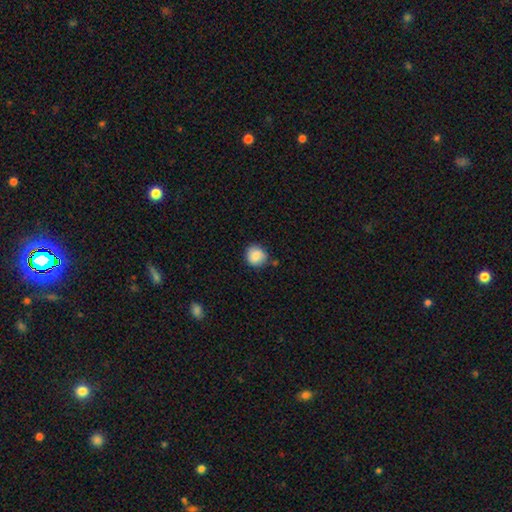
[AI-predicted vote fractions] Smooth or featured?
  - smooth: 85% *
  - star or artifact: 8%
  - featured or disk: 7%
How rounded?
  - round: 88% *
  - in between: 11%
  - cigar-shaped: 1%
Merging?
  - none: 80% *
  - minor disturbance: 14%
  - merger: 3%
  - major disturbance: 3%